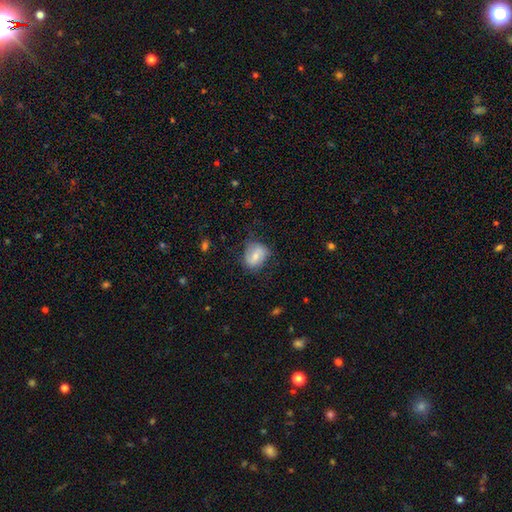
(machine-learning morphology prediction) Smooth or featured? Predicted: smooth (p=0.56). How rounded? Predicted: in between (p=0.50). Merging? Predicted: none (p=0.64).